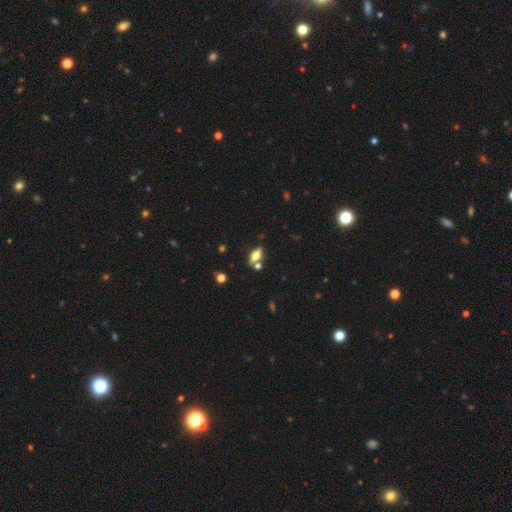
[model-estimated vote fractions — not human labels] A smooth galaxy with no disk features (60%) that is in between round and cigar-shaped (78%).

Vote fractions:
- Smooth or featured? smooth: 60% / featured or disk: 31% / star or artifact: 10%
- How rounded? in between: 78% / cigar-shaped: 16% / round: 5%
- Merging? none: 67% / merger: 16% / minor disturbance: 12% / major disturbance: 4%